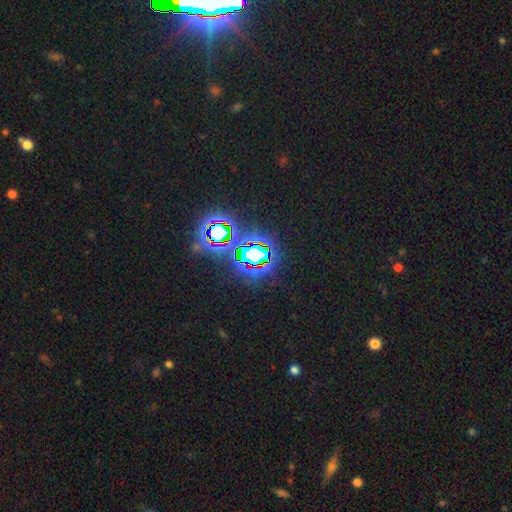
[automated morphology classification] This appears to be a star or artifact, not a galaxy (75%).